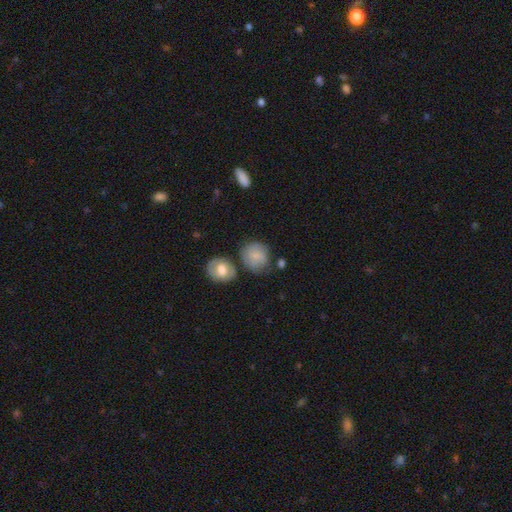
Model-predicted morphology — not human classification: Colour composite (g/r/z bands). It shows a smooth galaxy with no disk features (78%) that is round (77%). Merging: none (61%).